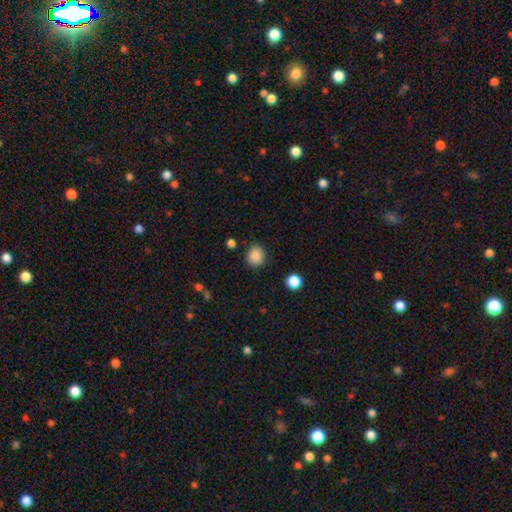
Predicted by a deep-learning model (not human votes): A smooth galaxy with no disk features (86%) that is round (79%).

Vote fractions:
- Smooth or featured? smooth: 86% / star or artifact: 9% / featured or disk: 5%
- How rounded? round: 79% / in between: 20% / cigar-shaped: 1%
- Merging? none: 86% / minor disturbance: 10% / major disturbance: 3% / merger: 2%